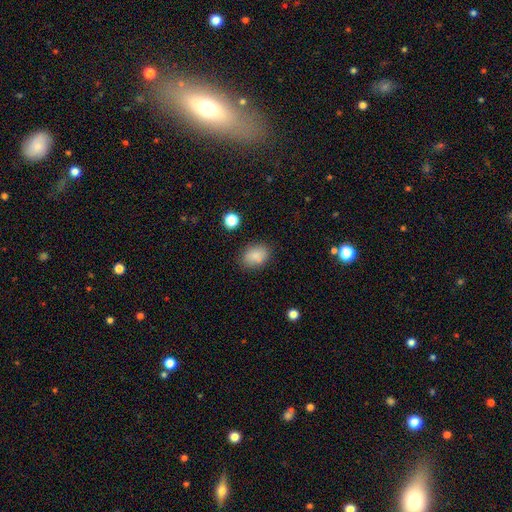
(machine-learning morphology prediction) The model was most divided on "how rounded": in between: 75%, round: 24%, cigar-shaped: 1%. More confident: smooth or featured — smooth (84%); merging — none (78%).